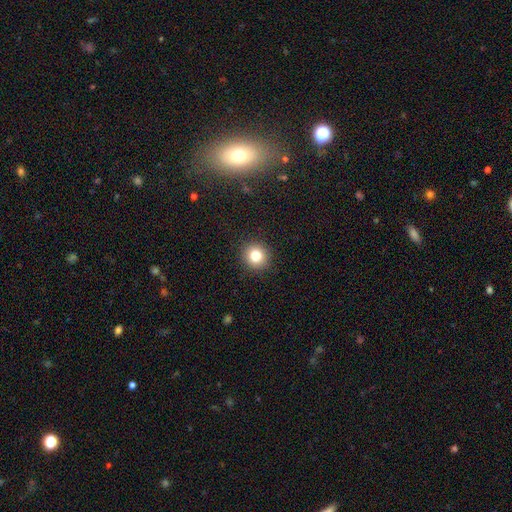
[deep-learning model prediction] Q: Smooth or featured?
A: smooth (81%); runner-up: star or artifact (12%)
Q: How rounded?
A: round (91%); runner-up: in between (8%)
Q: Merging?
A: none (92%); runner-up: minor disturbance (6%)